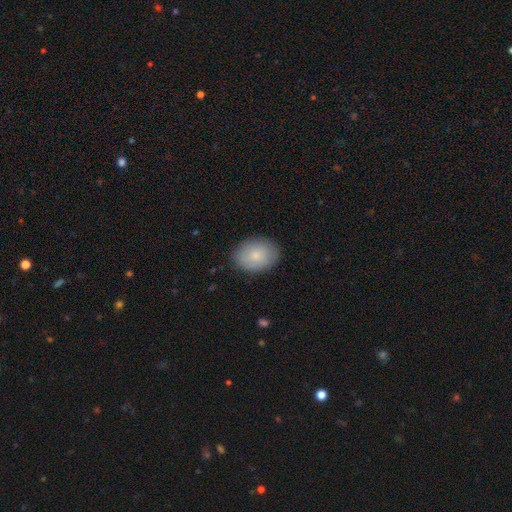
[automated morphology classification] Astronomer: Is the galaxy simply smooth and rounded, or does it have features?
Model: smooth — 84%.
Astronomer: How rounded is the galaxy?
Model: in between — 70%.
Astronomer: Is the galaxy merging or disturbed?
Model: none — 86%.